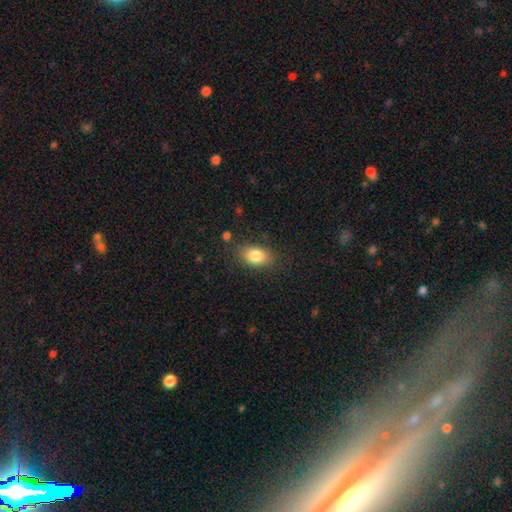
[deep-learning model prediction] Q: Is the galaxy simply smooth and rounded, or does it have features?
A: smooth — 84%.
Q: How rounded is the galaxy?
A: in between — 85%.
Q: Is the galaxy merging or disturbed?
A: none — 81%.